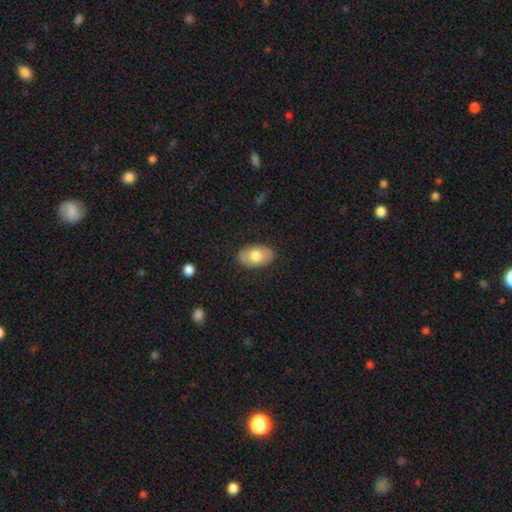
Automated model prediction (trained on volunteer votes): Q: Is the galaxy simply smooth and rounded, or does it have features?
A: smooth — 69%.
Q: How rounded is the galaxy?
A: in between — 91%.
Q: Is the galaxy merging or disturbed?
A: none — 85%.